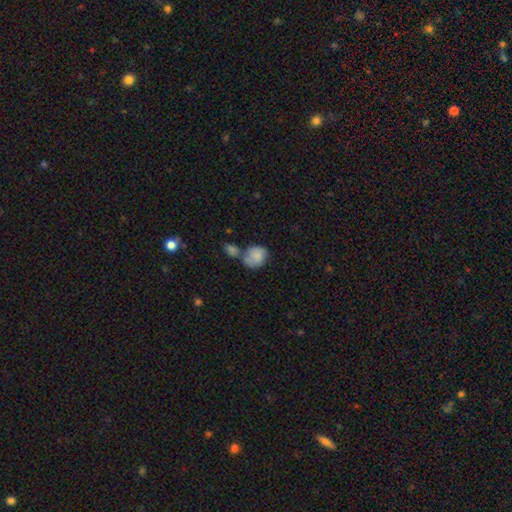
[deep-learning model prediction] smooth-or-featured: smooth: 81% | featured or disk: 12% | star or artifact: 7%
  how-rounded: round: 59% | in between: 40% | cigar-shaped: 1%
  merging: merger: 47% | none: 29% | minor disturbance: 16% | major disturbance: 8%